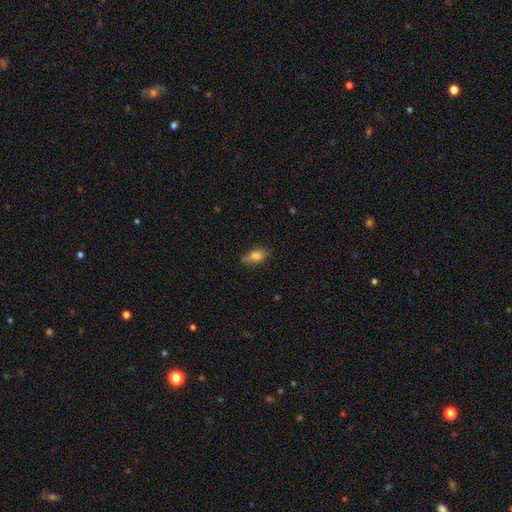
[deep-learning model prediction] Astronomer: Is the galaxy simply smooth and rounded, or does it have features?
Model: smooth — 83%.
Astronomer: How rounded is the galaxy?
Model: in between — 85%.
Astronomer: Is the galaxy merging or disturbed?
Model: none — 69%.